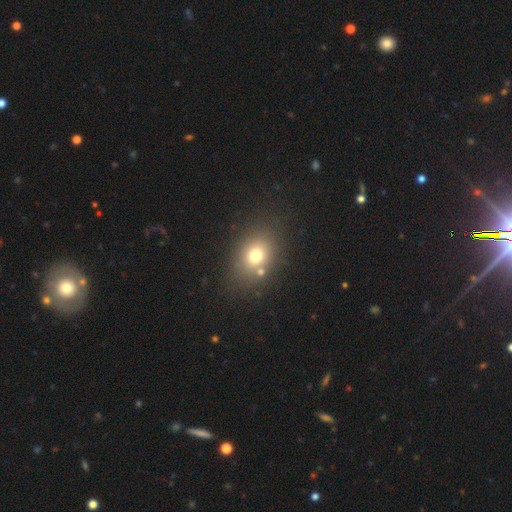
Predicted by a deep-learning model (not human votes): Smooth or featured: smooth — 73% (star or artifact — 14%)
How rounded: in between — 56% (round — 43%)
Merging: none — 74% (minor disturbance — 11%)